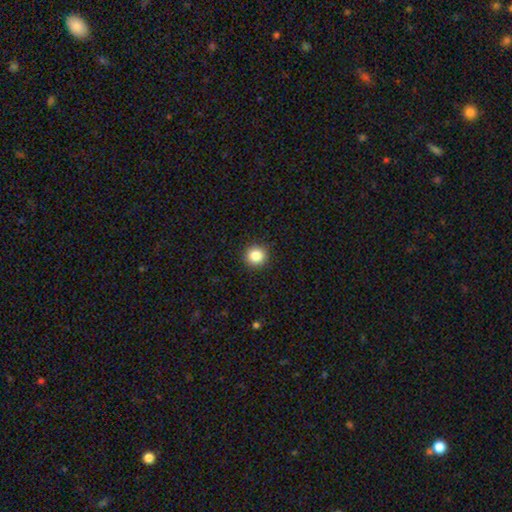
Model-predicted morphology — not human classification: smooth-or-featured: smooth: 85% | star or artifact: 11% | featured or disk: 5%
  how-rounded: round: 94% | in between: 5% | cigar-shaped: 1%
  merging: none: 92% | minor disturbance: 5% | major disturbance: 2% | merger: 1%